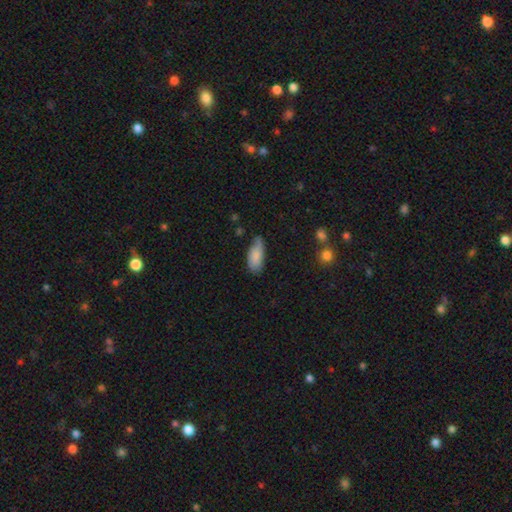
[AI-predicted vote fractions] A smooth galaxy with no disk features (82%) that is in between round and cigar-shaped (86%). Merging: none (59%).